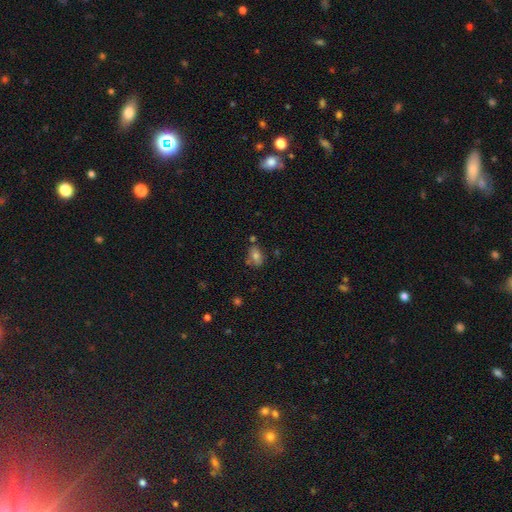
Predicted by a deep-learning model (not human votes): Smooth or featured? smooth (72%)
How rounded? in between (73%)
Merging? none (64%)